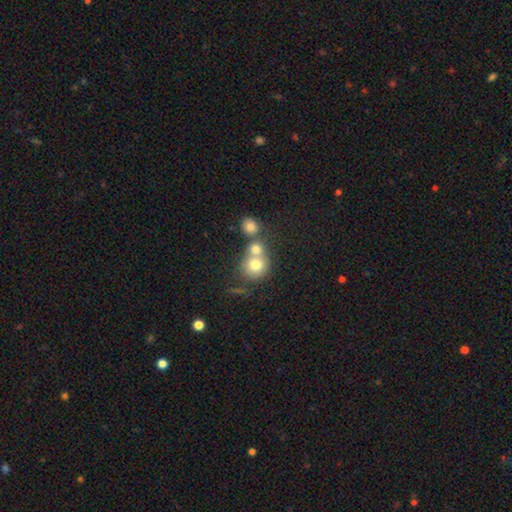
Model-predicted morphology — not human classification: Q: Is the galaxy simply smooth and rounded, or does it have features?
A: smooth — 67%.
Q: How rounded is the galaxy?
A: round — 83%.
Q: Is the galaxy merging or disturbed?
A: merger — 50%.